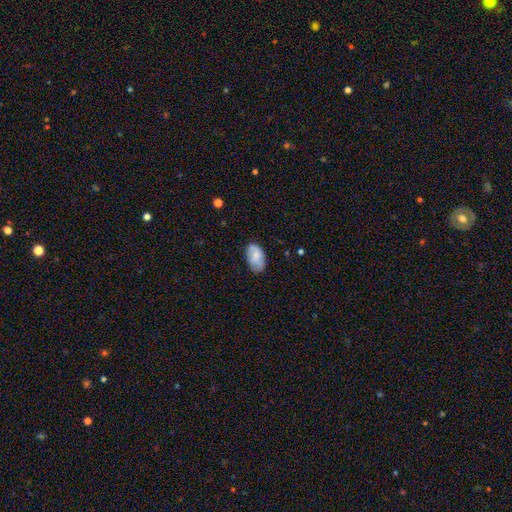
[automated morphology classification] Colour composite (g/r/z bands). It shows a smooth galaxy with no disk features (73%) that is in between round and cigar-shaped (93%). Merging: none (68%).